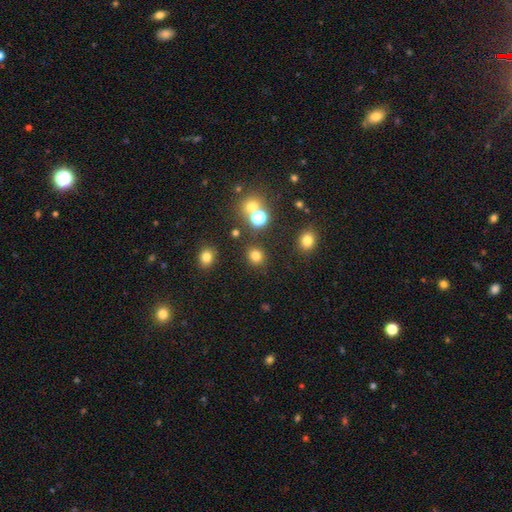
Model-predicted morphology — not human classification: This appears to be a smooth galaxy with no disk features (77%) that is round (84%). Merging: none (87%).